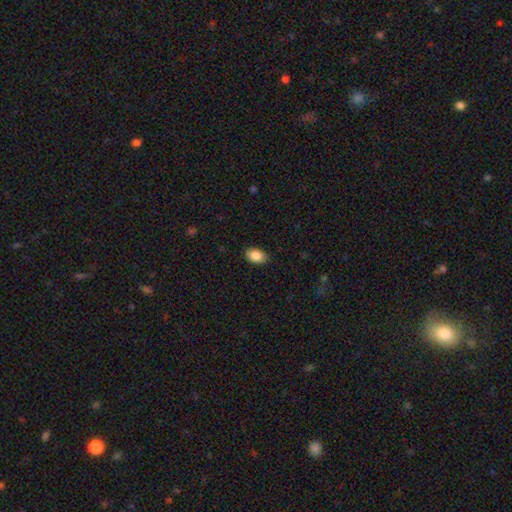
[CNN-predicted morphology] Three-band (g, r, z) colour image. It shows a smooth galaxy with no disk features (87%) that is in between round and cigar-shaped (87%). Merging: none (87%).